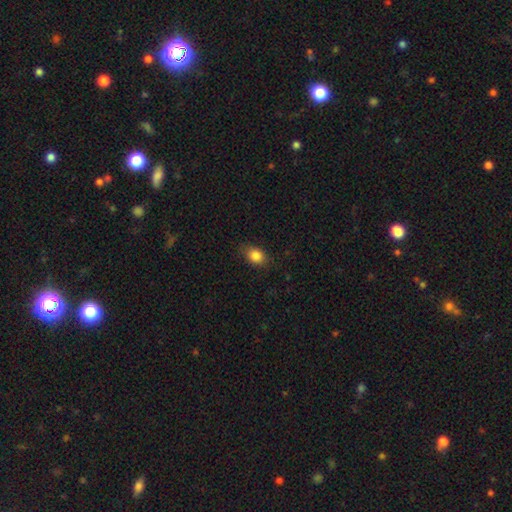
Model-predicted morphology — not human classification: Overall: smooth (85%). How rounded: in between (65%; round 34%). Merging: none (80%).